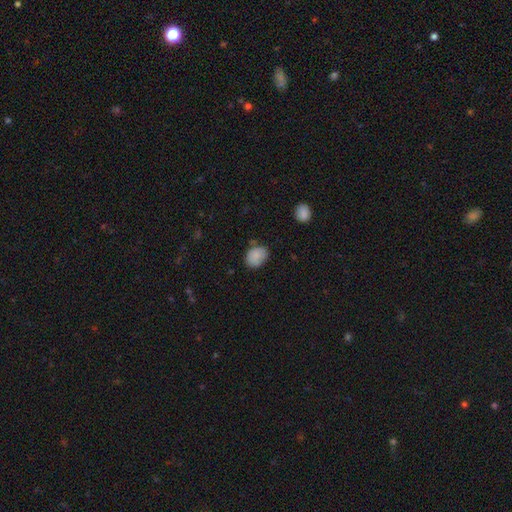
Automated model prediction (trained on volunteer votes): Overall: smooth (84%). How rounded: in between (59%; round 40%). Merging: none (67%).